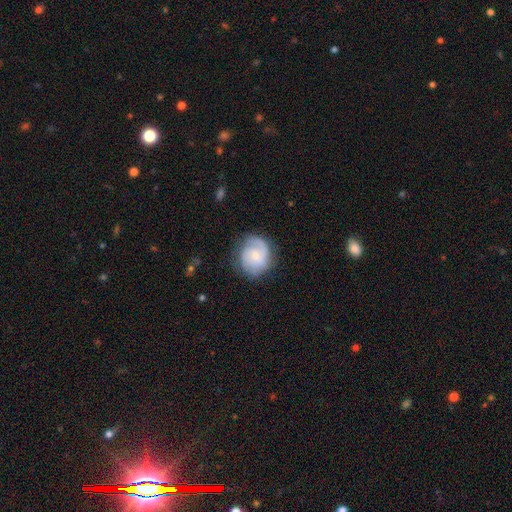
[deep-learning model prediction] featured or disk 71%, smooth 23%, star or artifact 6%. Down the decision tree: edge-on disk — no (98%); bar — no (59%); spiral arms — yes (94%); spiral arm count — 2 (52%); spiral winding — medium (43%); bulge size — small (60%); merging — none (74%).